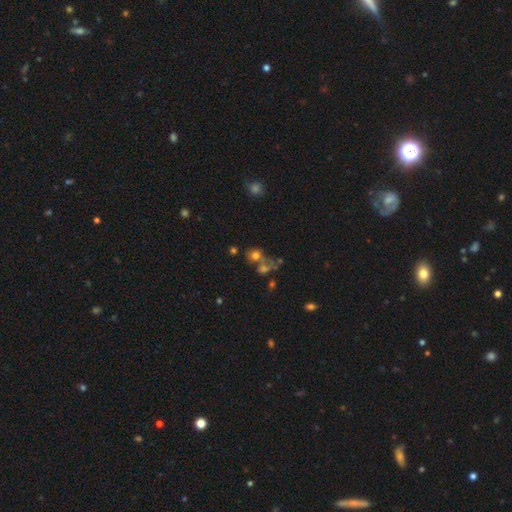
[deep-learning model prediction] A smooth galaxy with no disk features (62%) that is round (75%).

Vote fractions:
- Smooth or featured? smooth: 62% / star or artifact: 20% / featured or disk: 18%
- How rounded? round: 75% / in between: 23% / cigar-shaped: 1%
- Merging? merger: 43% / none: 37% / major disturbance: 10% / minor disturbance: 10%